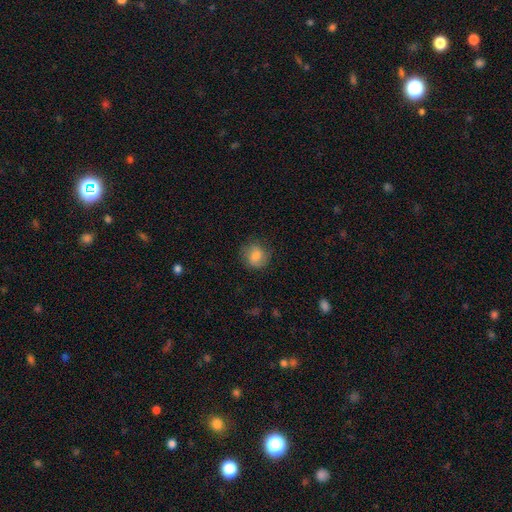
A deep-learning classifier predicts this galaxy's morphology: Overall: smooth (75%). How rounded: round (80%). Merging: none (77%).